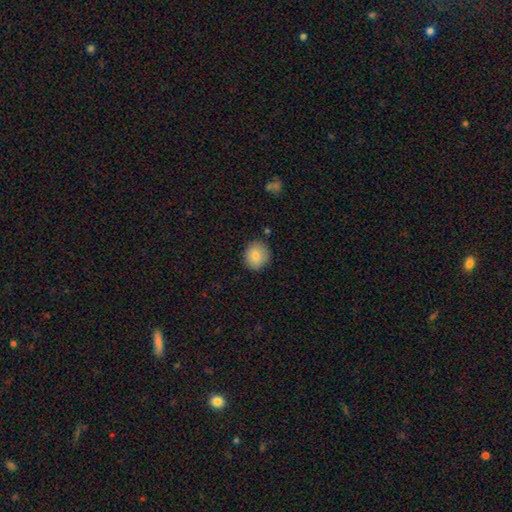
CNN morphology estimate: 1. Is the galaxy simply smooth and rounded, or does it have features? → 82% smooth, 9% featured or disk, 8% star or artifact.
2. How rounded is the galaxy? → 77% round, 22% in between, 1% cigar-shaped.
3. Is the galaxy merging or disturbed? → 84% none, 12% minor disturbance, 3% major disturbance, 2% merger.